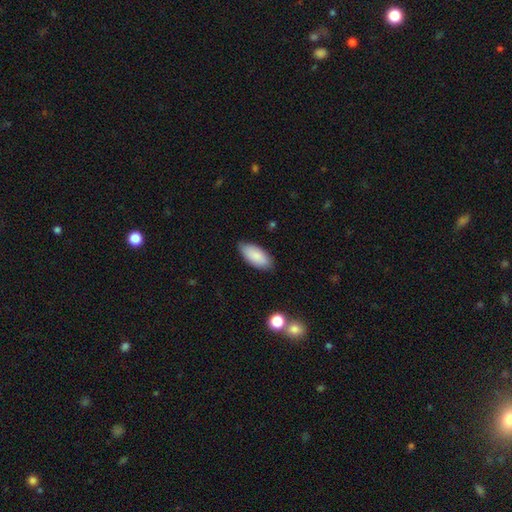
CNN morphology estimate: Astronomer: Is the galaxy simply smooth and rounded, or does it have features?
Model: smooth — 87%.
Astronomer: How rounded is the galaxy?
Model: in between — 89%.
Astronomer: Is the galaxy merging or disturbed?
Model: none — 82%.